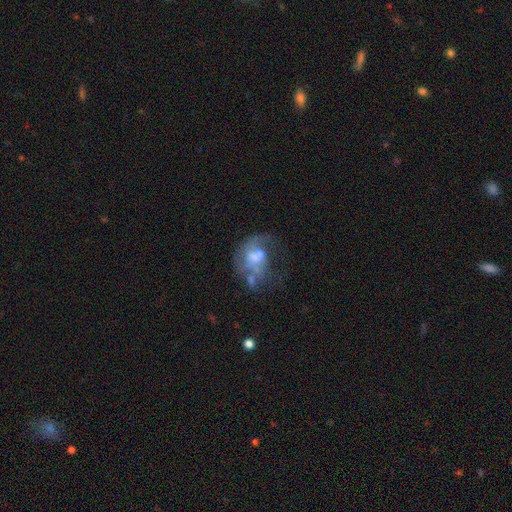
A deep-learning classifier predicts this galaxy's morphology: A featured or disk galaxy (62%) with no bar (71%), no spiral arms (52%) and a moderate central bulge (39%).

Vote fractions:
- Smooth or featured? featured or disk: 62% / smooth: 27% / star or artifact: 11%
- Edge-on disk? no: 98% / yes: 2%
- Bar? no: 71% / weak: 24% / strong: 4%
- Spiral arms? no: 52% / yes: 48%
- Bulge size? moderate: 39% / none: 25% / small: 24% / large: 11% / dominant: 2%
- Merging? major disturbance: 39% / none: 29% / minor disturbance: 18% / merger: 14%